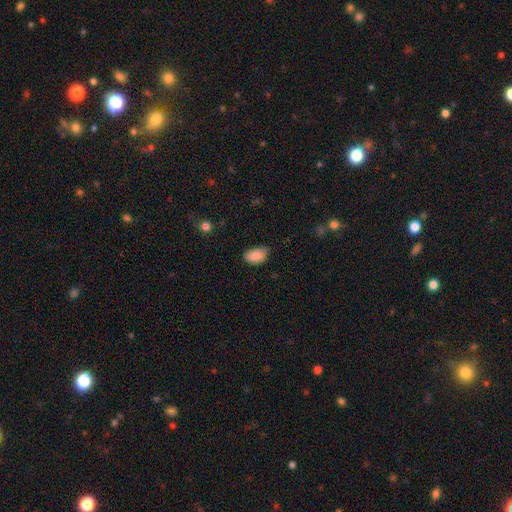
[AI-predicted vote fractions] Smooth or featured? smooth (86%)
How rounded? in between (90%)
Merging? none (64%)